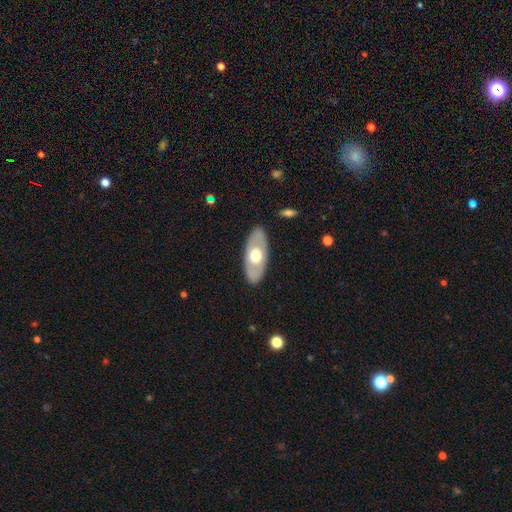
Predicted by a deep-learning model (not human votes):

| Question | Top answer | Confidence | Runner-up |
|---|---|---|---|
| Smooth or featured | featured or disk | 49% | smooth (46%) |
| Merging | none | 86% | minor disturbance (10%) |